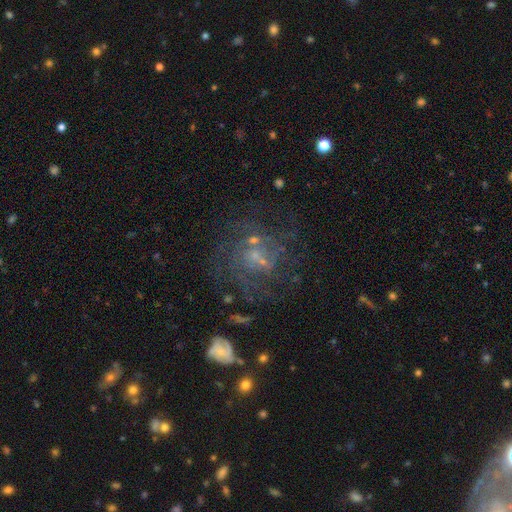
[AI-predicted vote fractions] Smooth or featured? Predicted: featured or disk (p=0.66). Edge-on disk? Predicted: no (p=0.97). Bar? Predicted: no (p=0.62). Spiral arms? Predicted: yes (p=0.74). Bulge size? Predicted: small (p=0.59). Merging? Predicted: none (p=0.56).